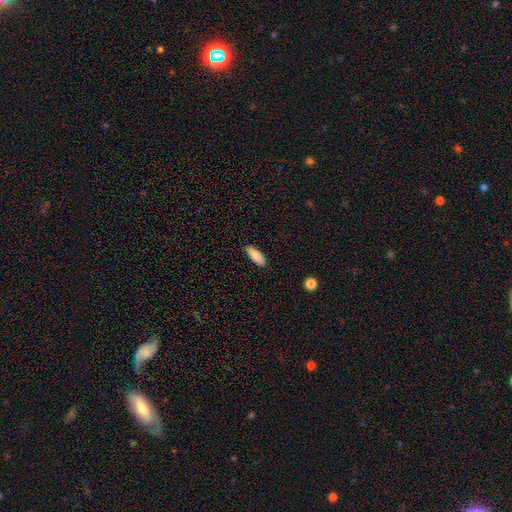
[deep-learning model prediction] Smooth or featured? Predicted: smooth (p=0.87). How rounded? Predicted: in between (p=0.69). Merging? Predicted: none (p=0.88).